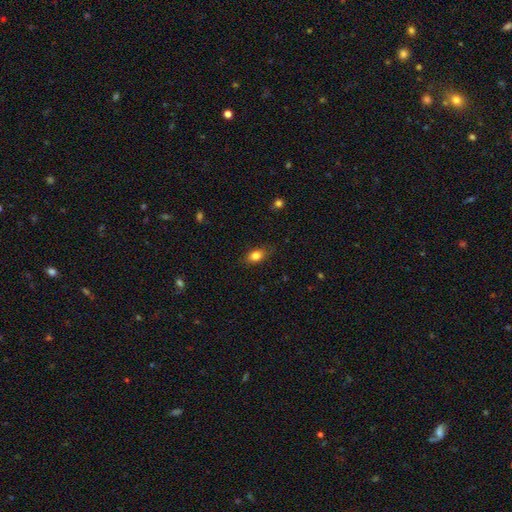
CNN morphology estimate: A smooth galaxy with no disk features (82%) that is in between round and cigar-shaped (80%).

Vote fractions:
- Smooth or featured? smooth: 82% / star or artifact: 9% / featured or disk: 9%
- How rounded? in between: 80% / round: 16% / cigar-shaped: 4%
- Merging? none: 80% / minor disturbance: 16% / major disturbance: 3% / merger: 1%